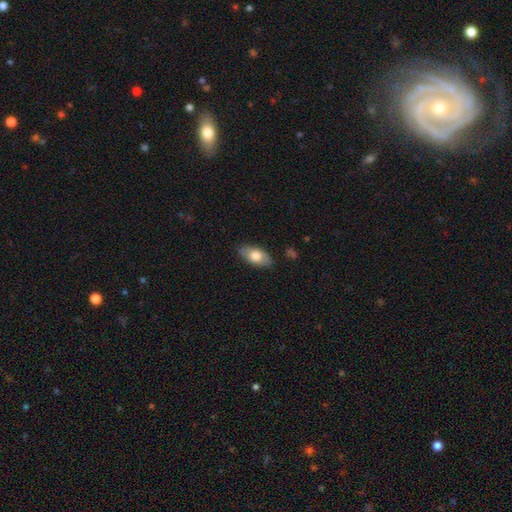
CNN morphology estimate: A smooth galaxy with no disk features (72%) that is in between round and cigar-shaped (91%).

Vote fractions:
- Smooth or featured? smooth: 72% / featured or disk: 22% / star or artifact: 6%
- How rounded? in between: 91% / cigar-shaped: 6% / round: 4%
- Merging? none: 85% / minor disturbance: 12% / major disturbance: 2% / merger: 1%